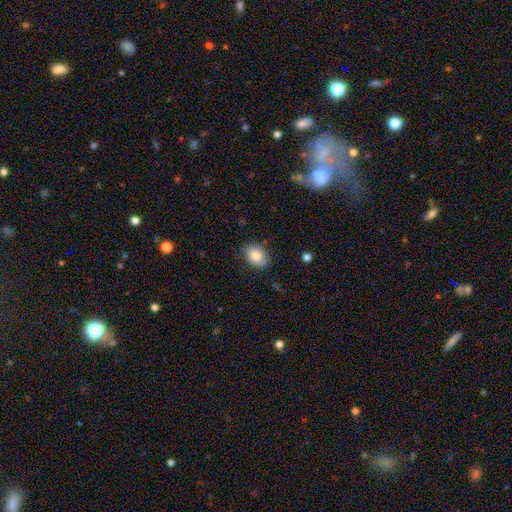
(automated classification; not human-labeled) Overall: smooth (84%). How rounded: in between (70%). Merging: none (83%).